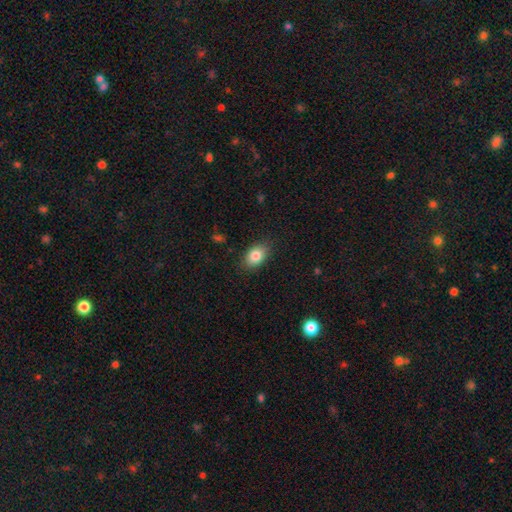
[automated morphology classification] A smooth galaxy with no disk features (84%) that is in between round and cigar-shaped (84%). Merging: none (85%).